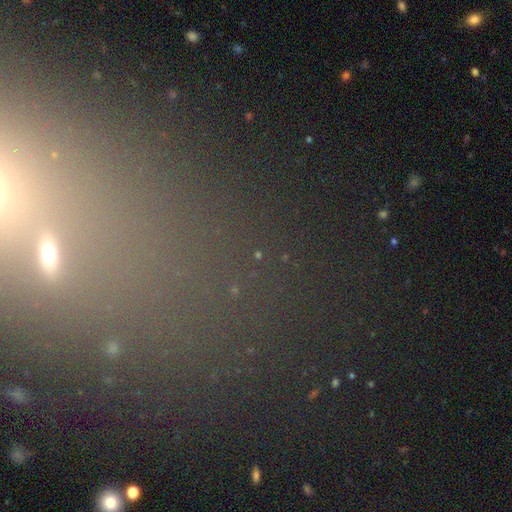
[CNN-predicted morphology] A star or artifact, not a galaxy (68%).

Vote fractions:
- Smooth or featured? star or artifact: 68% / smooth: 21% / featured or disk: 11%